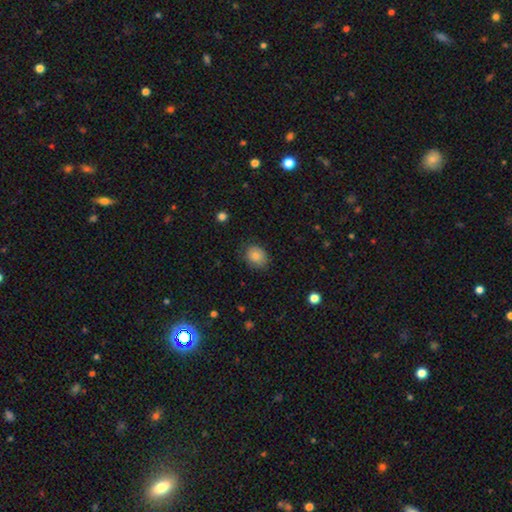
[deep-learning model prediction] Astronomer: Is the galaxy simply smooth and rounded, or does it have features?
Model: smooth — 82%.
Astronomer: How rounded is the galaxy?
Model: round — 54% (runner-up: in between, 45%).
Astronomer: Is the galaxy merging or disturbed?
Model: none — 79%.